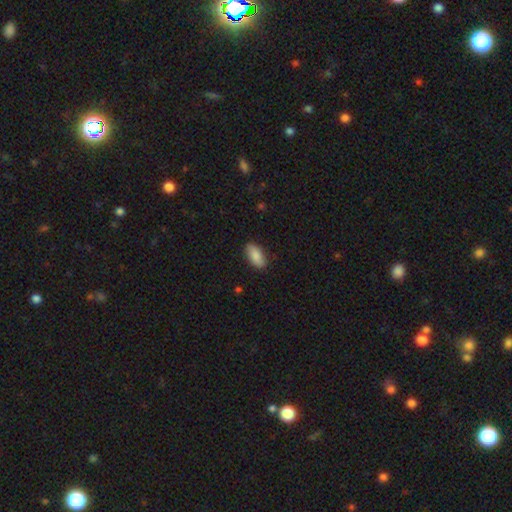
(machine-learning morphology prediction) type=smooth (87%); roundness=in between (91%); merging=none (86%).